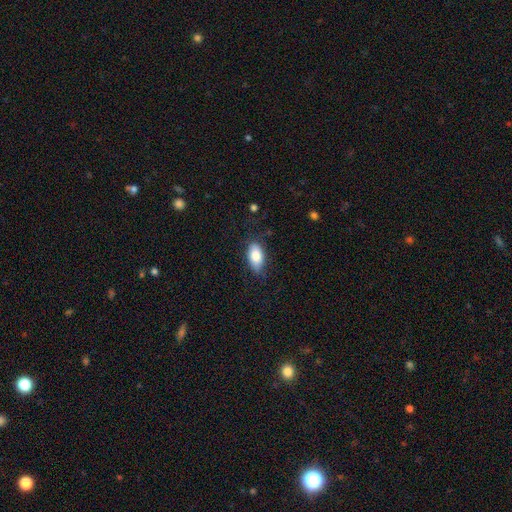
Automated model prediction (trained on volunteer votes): smooth-or-featured: smooth: 82% | featured or disk: 11% | star or artifact: 7%
  how-rounded: in between: 91% | cigar-shaped: 5% | round: 4%
  merging: none: 75% | minor disturbance: 19% | major disturbance: 5% | merger: 1%